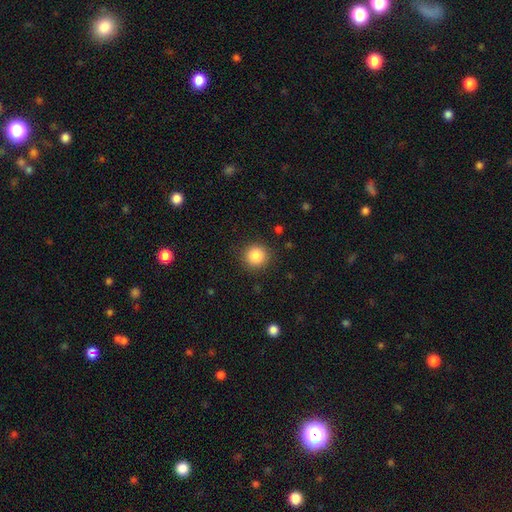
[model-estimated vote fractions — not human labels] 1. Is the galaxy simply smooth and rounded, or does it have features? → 86% smooth, 10% star or artifact, 5% featured or disk.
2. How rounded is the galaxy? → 94% round, 5% in between, 1% cigar-shaped.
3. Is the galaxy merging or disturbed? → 90% none, 7% minor disturbance, 2% major disturbance, 1% merger.